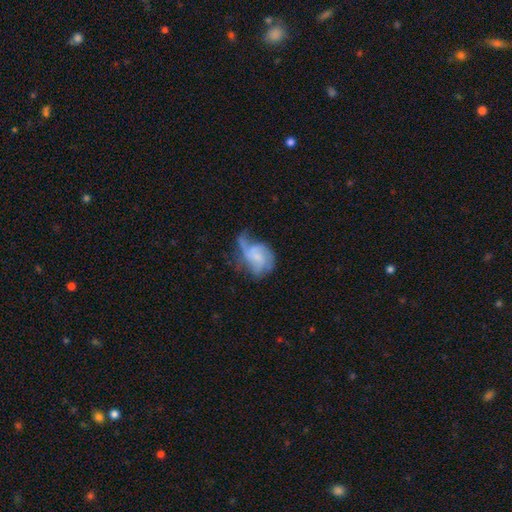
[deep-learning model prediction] smooth-or-featured: featured or disk: 67% | smooth: 25% | star or artifact: 8%
  disk-edge-on: no: 98% | yes: 2%
    bar: no: 66% | weak: 29% | strong: 5%
    has-spiral-arms: yes: 82% | no: 18%
      spiral-winding: loose: 45% | medium: 37% | tight: 18%
      spiral-arm-count: 3: 28% | 2: 27% | can't tell: 21% | 1: 13% | 4: 6% | more than 4: 4%
    bulge-size: small: 47% | none: 30% | moderate: 18% | large: 3% | dominant: 1%
  merging: major disturbance: 41% | none: 28% | minor disturbance: 27% | merger: 4%